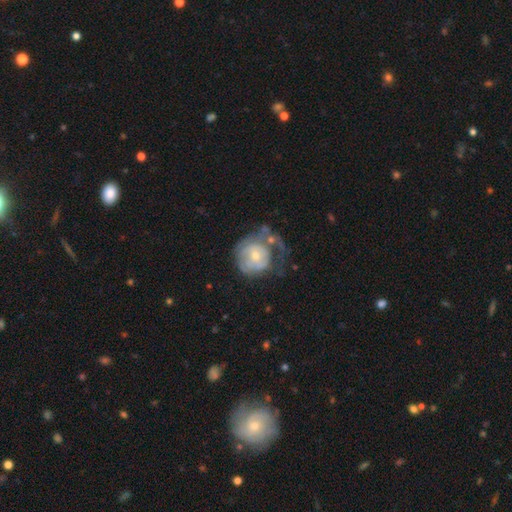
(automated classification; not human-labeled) smooth_or_featured: featured or disk (p=0.60) [alt: smooth p=0.33]
disk_edge_on: no (p=0.97) [alt: yes p=0.03]
bar: no (p=0.79) [alt: weak p=0.18]
has_spiral_arms: yes (p=0.62) [alt: no p=0.38]
bulge_size: small (p=0.48) [alt: moderate p=0.46]
merging: major disturbance (p=0.37) [alt: none p=0.30]